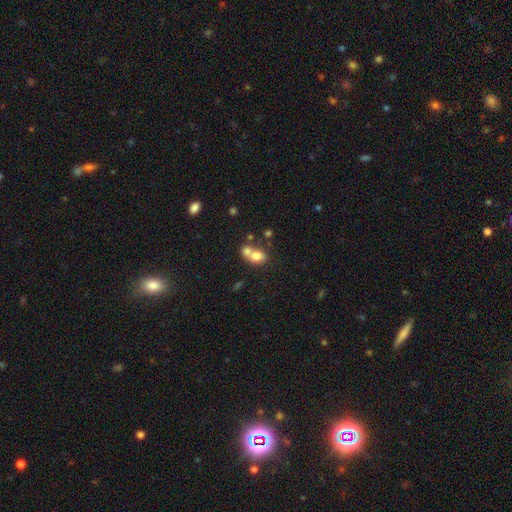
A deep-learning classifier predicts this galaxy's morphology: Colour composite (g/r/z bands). It shows a smooth galaxy with no disk features (73%) that is in between round and cigar-shaped (54%). Merging: merger (61%).